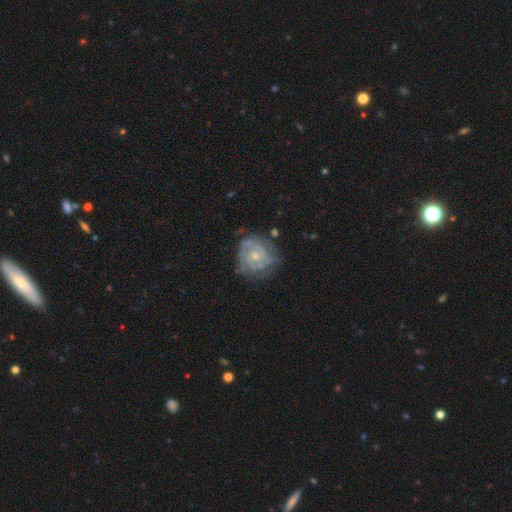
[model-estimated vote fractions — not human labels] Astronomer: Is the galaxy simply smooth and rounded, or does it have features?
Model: featured or disk — 82%.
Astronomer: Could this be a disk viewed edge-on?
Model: no — 98%.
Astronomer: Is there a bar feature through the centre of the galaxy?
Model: no — 74%.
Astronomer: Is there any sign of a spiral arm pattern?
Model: yes — 92%.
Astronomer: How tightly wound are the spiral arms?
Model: tight — 69%.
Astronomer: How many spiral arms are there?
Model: can't tell — 34% (runner-up: 2, 30%).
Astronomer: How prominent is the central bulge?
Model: small — 54% (runner-up: moderate, 41%).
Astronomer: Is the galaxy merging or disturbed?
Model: none — 68%.